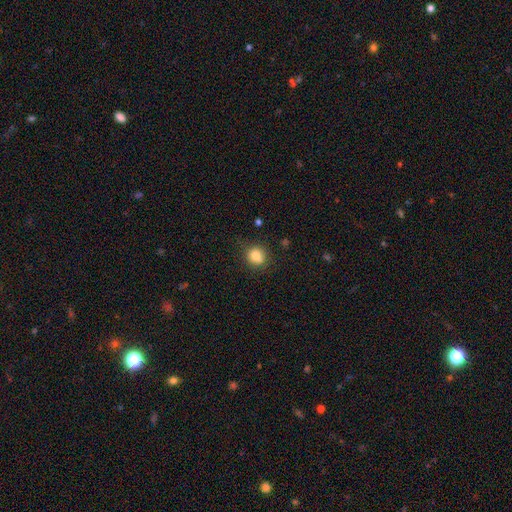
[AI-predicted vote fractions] A smooth galaxy with no disk features (79%) that is round (83%). Merging: none (64%).